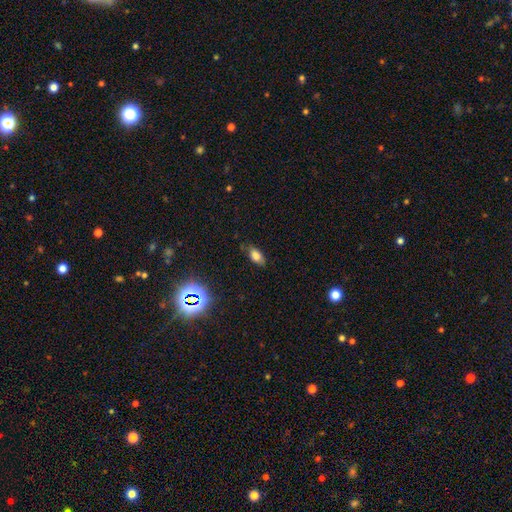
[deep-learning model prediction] Smooth or featured: smooth — 77% (star or artifact — 12%)
How rounded: in between — 87% (cigar-shaped — 8%)
Merging: none — 77% (minor disturbance — 18%)